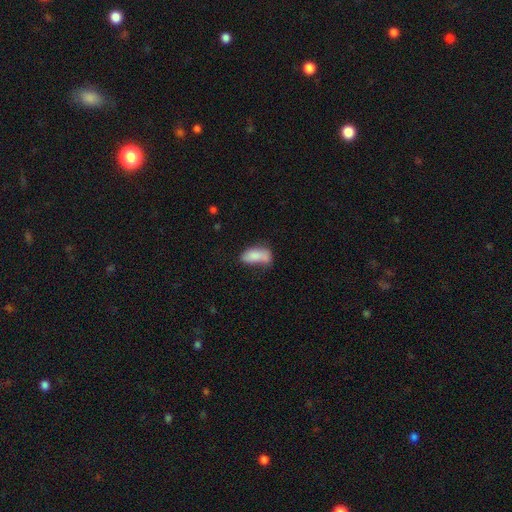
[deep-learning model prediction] The model was most divided on "merging": none: 33%, minor disturbance: 27%, merger: 22%, major disturbance: 18%. More confident: how rounded — in between (87%); smooth or featured — smooth (78%).